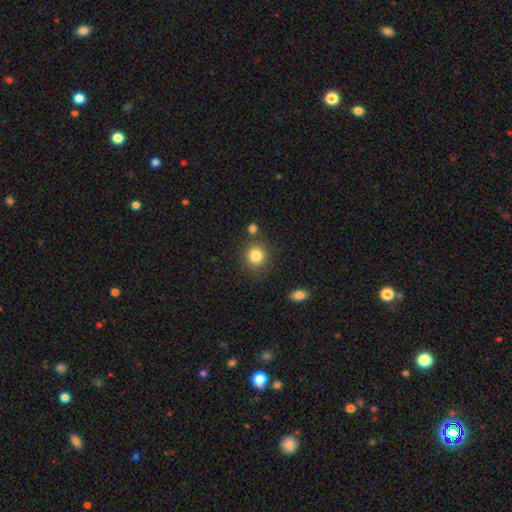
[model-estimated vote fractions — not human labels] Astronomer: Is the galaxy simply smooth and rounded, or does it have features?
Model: smooth — 84%.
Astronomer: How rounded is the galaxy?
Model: round — 84%.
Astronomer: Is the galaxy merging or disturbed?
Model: none — 80%.